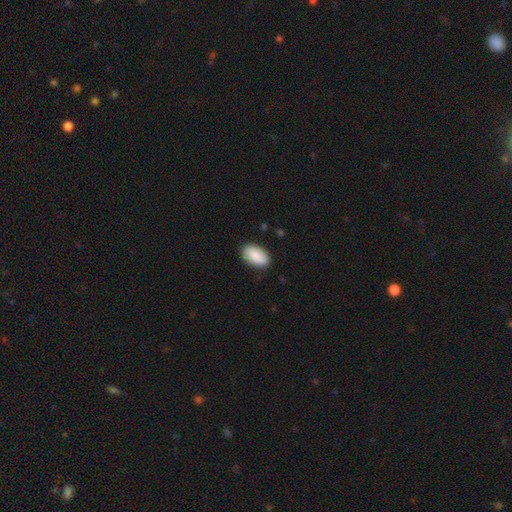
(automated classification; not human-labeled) Smooth or featured? smooth (88%)
How rounded? in between (95%)
Merging? none (86%)